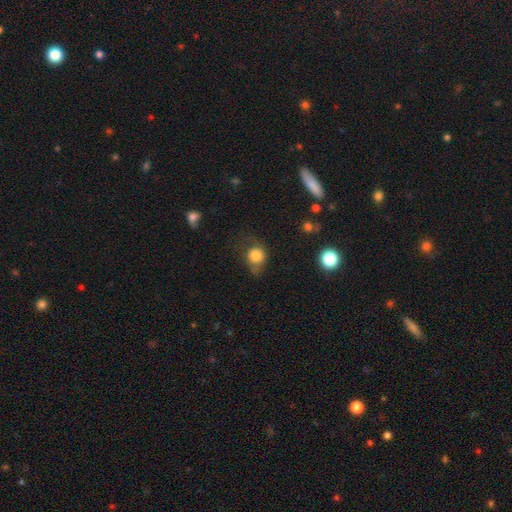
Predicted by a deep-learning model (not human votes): Smooth or featured?
  - smooth: 77% *
  - featured or disk: 14%
  - star or artifact: 10%
How rounded?
  - round: 76% *
  - in between: 23%
  - cigar-shaped: 1%
Merging?
  - none: 44% *
  - minor disturbance: 30%
  - major disturbance: 23%
  - merger: 3%